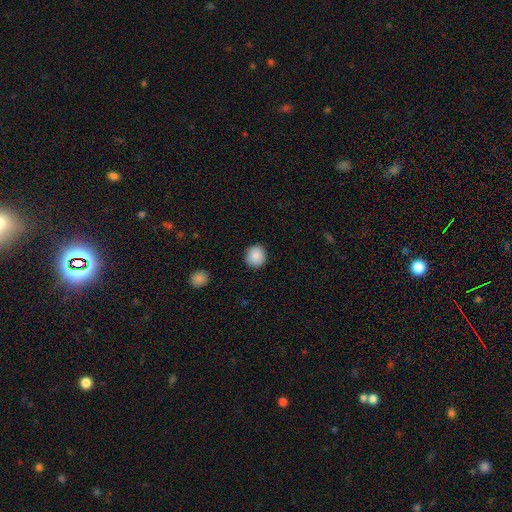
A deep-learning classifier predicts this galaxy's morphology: Smooth or featured? Predicted: smooth (p=0.89). How rounded? Predicted: round (p=0.91). Merging? Predicted: none (p=0.91).